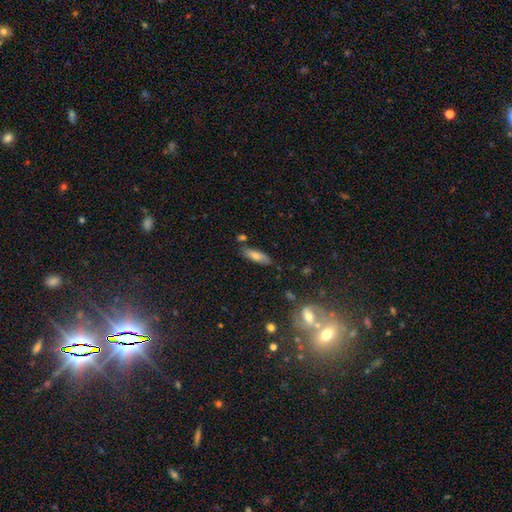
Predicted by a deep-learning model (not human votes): Overall: smooth (69%). How rounded: in between (57%; cigar-shaped 40%). Merging: none (75%).